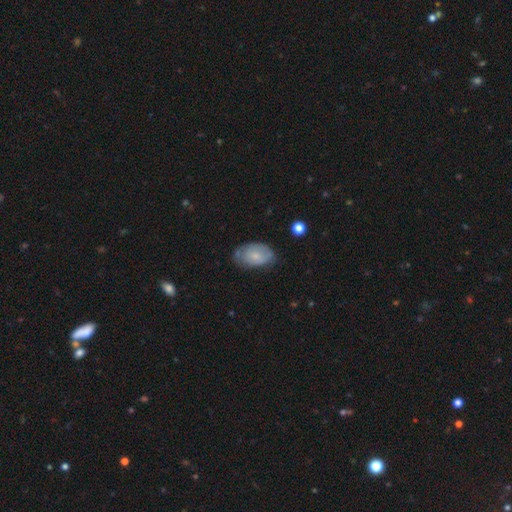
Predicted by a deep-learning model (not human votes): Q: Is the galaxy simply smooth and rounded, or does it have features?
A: smooth — 63%.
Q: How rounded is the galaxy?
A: in between — 92%.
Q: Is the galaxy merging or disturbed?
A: none — 62%.